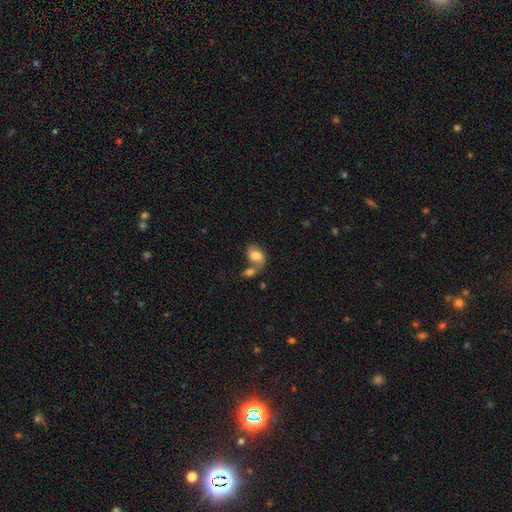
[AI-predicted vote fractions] This appears to be a smooth galaxy with no disk features (64%) that is in between round and cigar-shaped (78%). Merging: merger (52%).